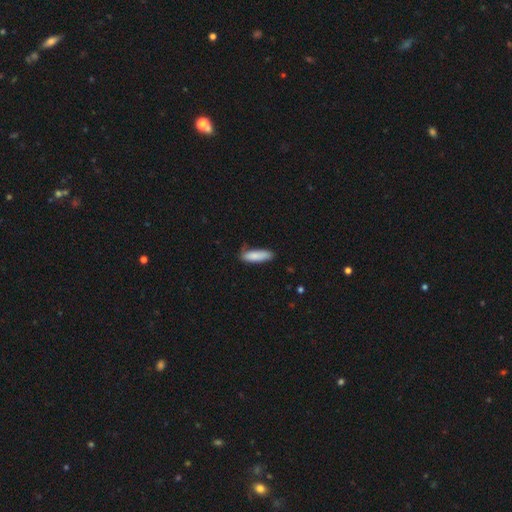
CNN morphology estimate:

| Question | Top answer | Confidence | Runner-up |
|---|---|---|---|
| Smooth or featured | smooth | 85% | featured or disk (9%) |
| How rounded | cigar-shaped | 54% | in between (44%) |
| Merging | none | 71% | minor disturbance (23%) |